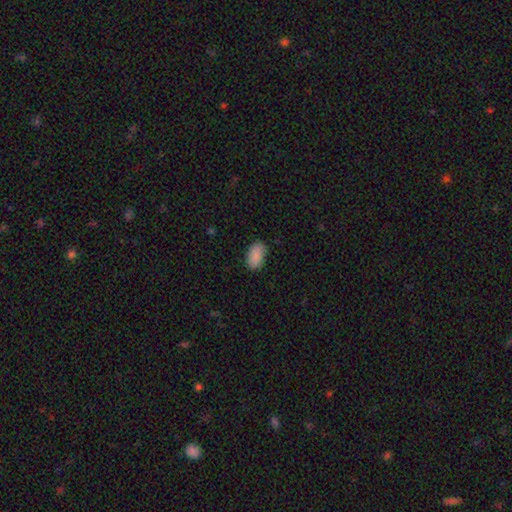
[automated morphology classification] Overall: smooth (89%). How rounded: in between (94%). Merging: none (82%).